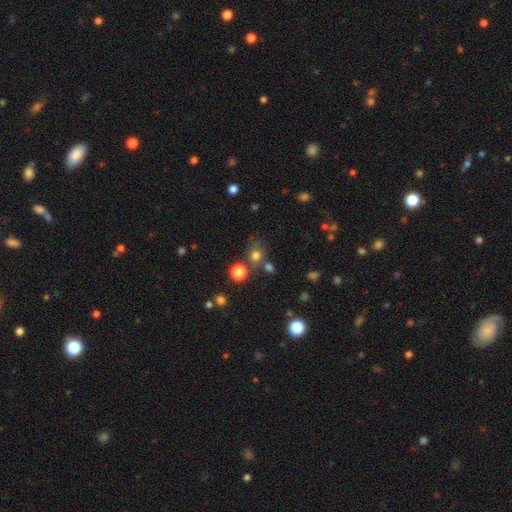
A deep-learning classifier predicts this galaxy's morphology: smooth_or_featured: smooth (p=0.72) [alt: star or artifact p=0.20]
how_rounded: round (p=0.74) [alt: in between p=0.24]
merging: none (p=0.63) [alt: merger p=0.18]